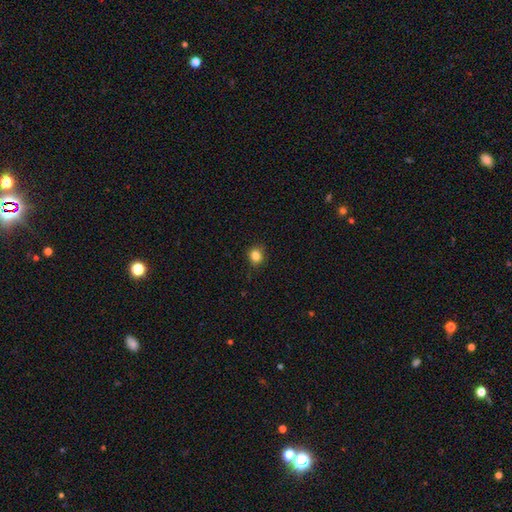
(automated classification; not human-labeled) smooth 83%, star or artifact 12%, featured or disk 5%. Down the decision tree: how rounded — round (81%); merging — none (86%).